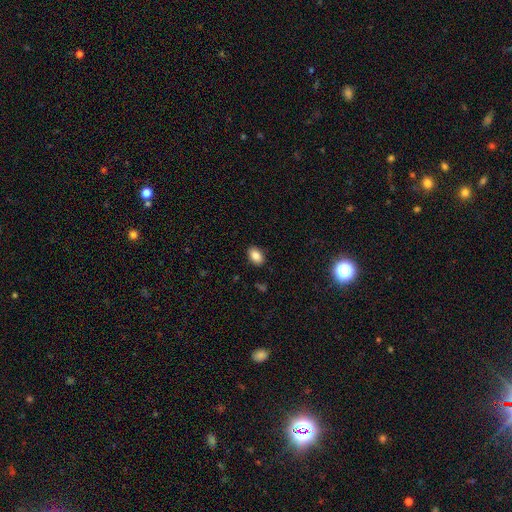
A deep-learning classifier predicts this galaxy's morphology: Overall: smooth (86%). How rounded: in between (87%). Merging: none (89%).